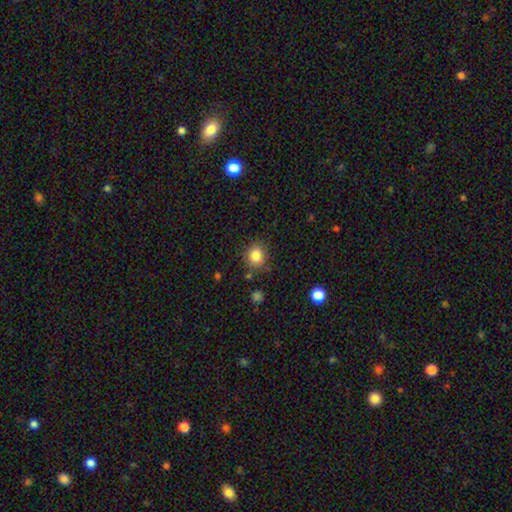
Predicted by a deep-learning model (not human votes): A smooth galaxy with no disk features (85%) that is round (71%). Merging: none (81%).